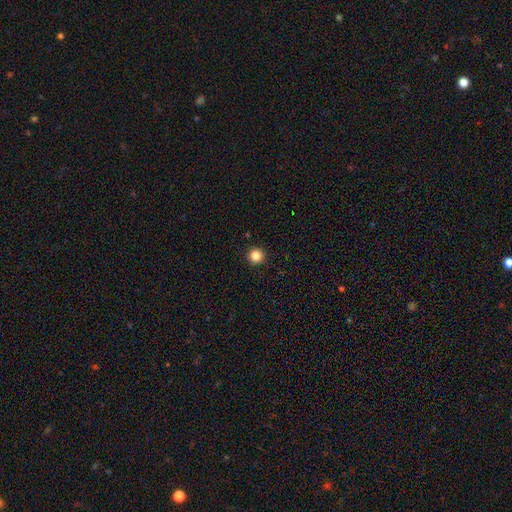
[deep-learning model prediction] The model was most divided on "smooth or featured": smooth: 85%, star or artifact: 11%, featured or disk: 4%. More confident: how rounded — round (96%); merging — none (93%).